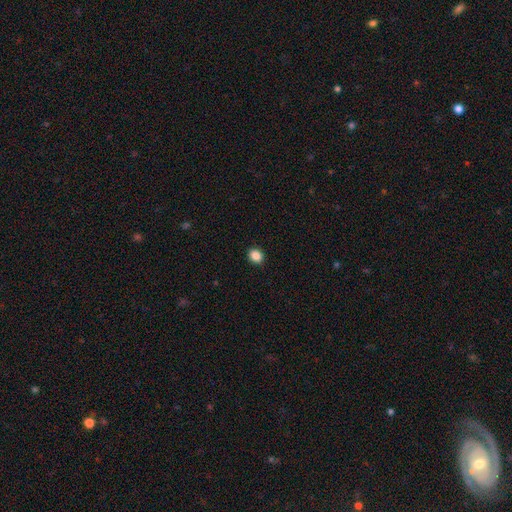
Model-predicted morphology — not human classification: Smooth or featured? Predicted: smooth (p=0.87). How rounded? Predicted: round (p=0.58). Merging? Predicted: none (p=0.91).